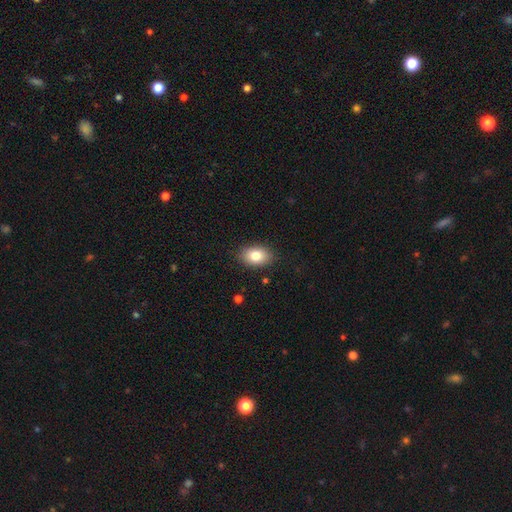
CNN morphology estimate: Smooth or featured? smooth (82%)
How rounded? in between (84%)
Merging? none (87%)